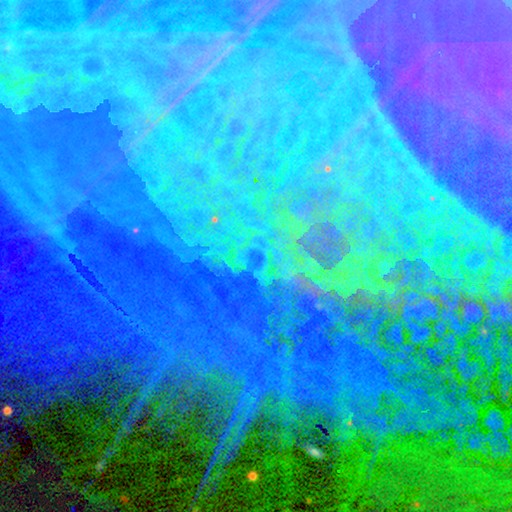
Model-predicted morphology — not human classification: A star or artifact, not a galaxy (81%).

Vote fractions:
- Smooth or featured? star or artifact: 81% / featured or disk: 12% / smooth: 8%